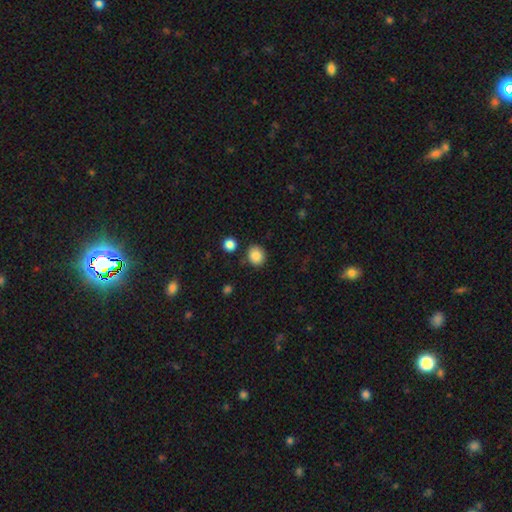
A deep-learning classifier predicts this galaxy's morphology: type=smooth (87%); roundness=round (67%); merging=none (82%).